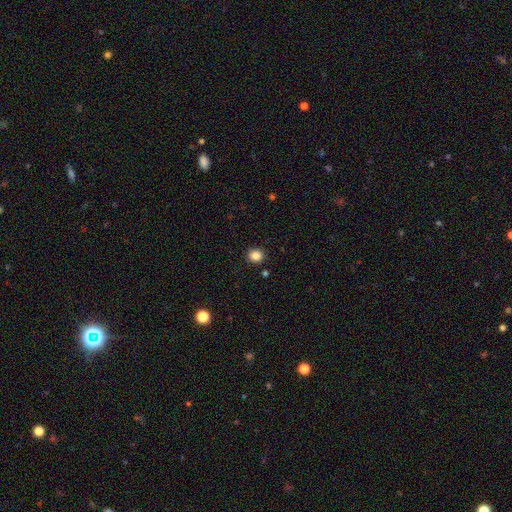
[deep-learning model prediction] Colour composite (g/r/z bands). It shows a smooth galaxy with no disk features (85%) that is round (84%). Merging: none (91%).